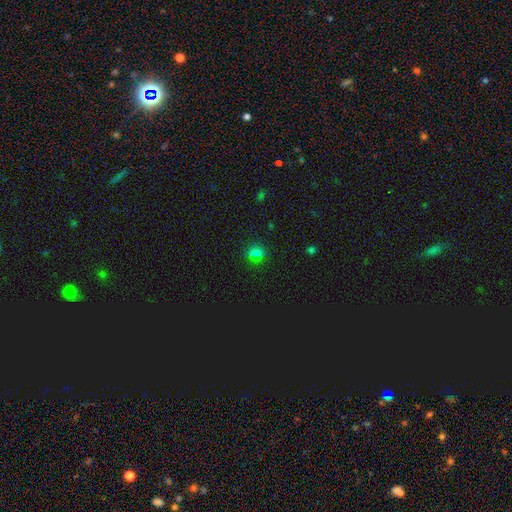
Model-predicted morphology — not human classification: smooth 65%, star or artifact 30%, featured or disk 6%. Down the decision tree: how rounded — round (79%); merging — none (87%).